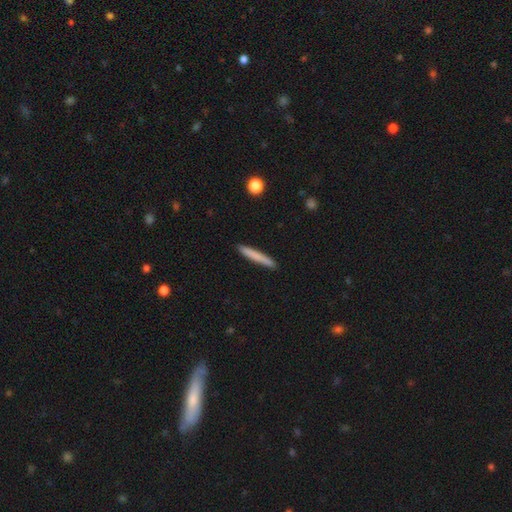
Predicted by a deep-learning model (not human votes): Overall: smooth (76%). How rounded: cigar-shaped (96%). Merging: none (90%).